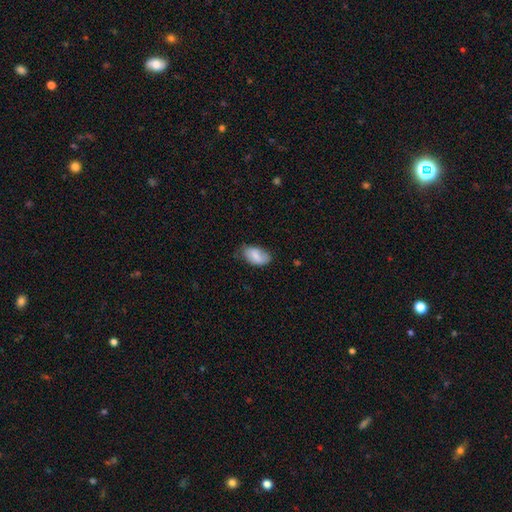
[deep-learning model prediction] smooth 75%, featured or disk 18%, star or artifact 7%. Down the decision tree: how rounded — in between (93%); merging — none (58%).